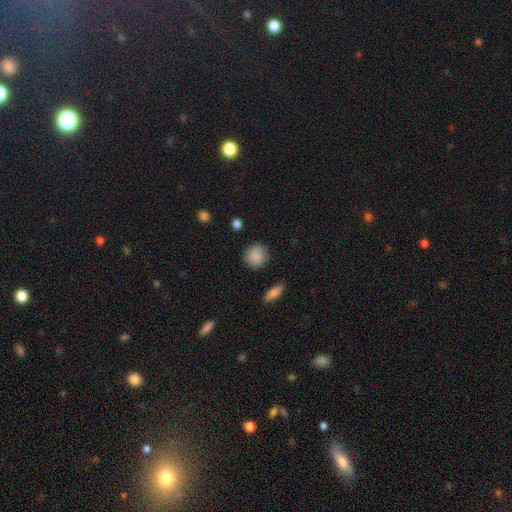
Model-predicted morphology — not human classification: Smooth or featured? Predicted: smooth (p=0.88). How rounded? Predicted: round (p=0.91). Merging? Predicted: none (p=0.88).